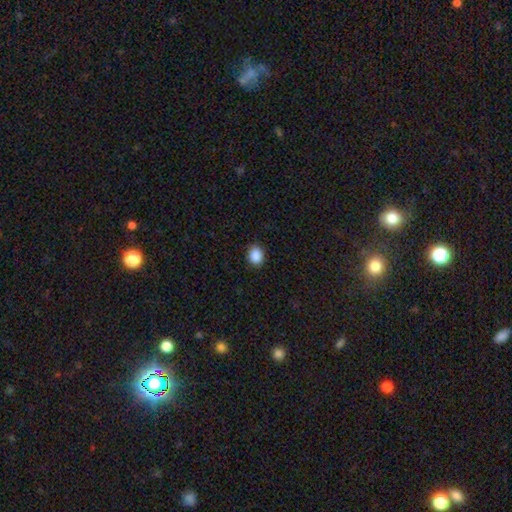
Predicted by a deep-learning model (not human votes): Overall: smooth (89%). How rounded: round (52%; in between 47%). Merging: none (89%).